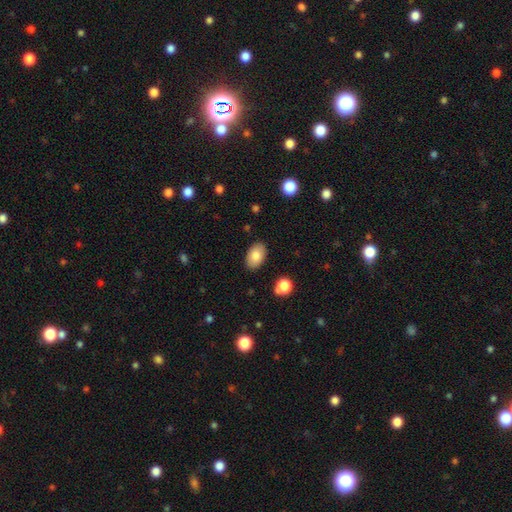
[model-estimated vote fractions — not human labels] This appears to be a smooth galaxy with no disk features (81%) that is in between round and cigar-shaped (91%). Merging: none (87%).